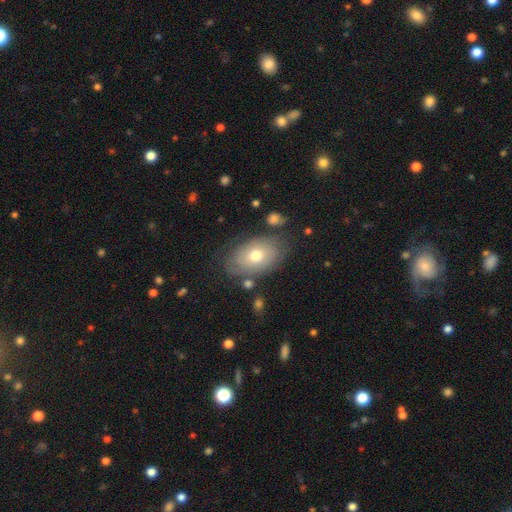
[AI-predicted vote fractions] Smooth or featured: smooth — 58% (featured or disk — 34%)
How rounded: in between — 86% (round — 13%)
Merging: none — 71% (minor disturbance — 18%)